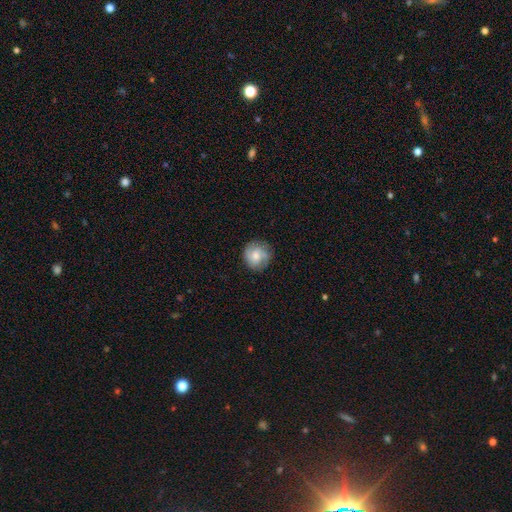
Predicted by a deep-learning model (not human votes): This is possibly a smooth galaxy (55%). How rounded: clearly round (89%). Merging: likely none (79%).